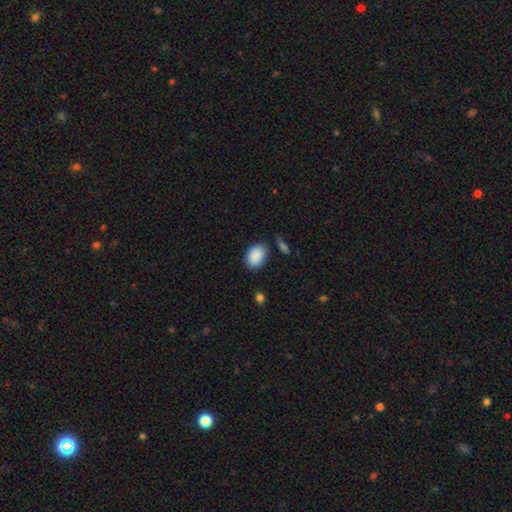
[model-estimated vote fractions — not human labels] Overall: smooth (90%). How rounded: in between (81%). Merging: none (79%).